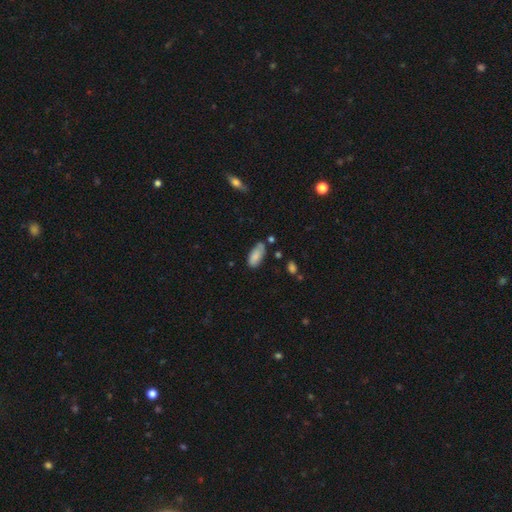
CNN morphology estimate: This appears to be a smooth galaxy with no disk features (84%) that is in between round and cigar-shaped (90%). Merging: none (62%).